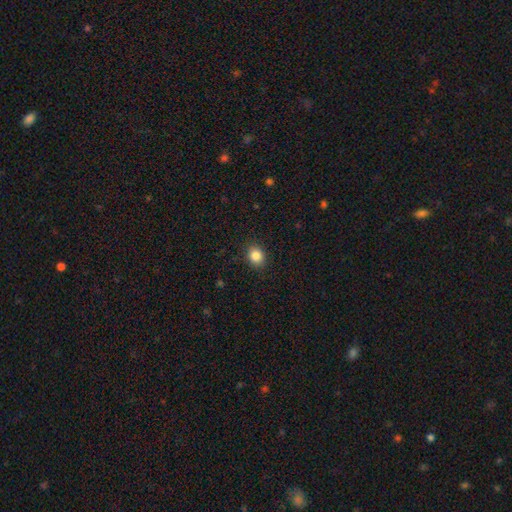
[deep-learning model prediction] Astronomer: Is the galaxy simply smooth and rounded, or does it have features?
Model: smooth — 86%.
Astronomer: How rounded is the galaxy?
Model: round — 61% (runner-up: in between, 38%).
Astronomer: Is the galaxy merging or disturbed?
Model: none — 89%.